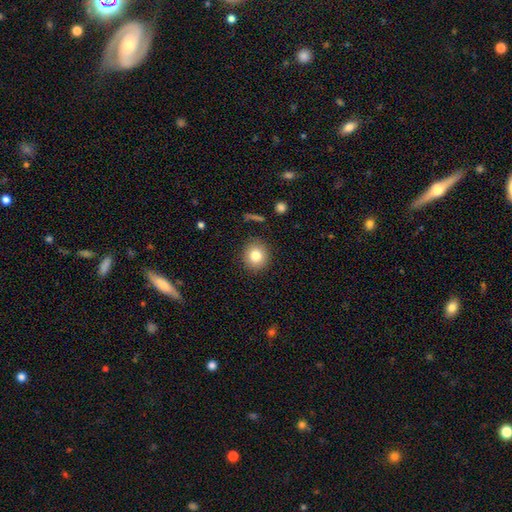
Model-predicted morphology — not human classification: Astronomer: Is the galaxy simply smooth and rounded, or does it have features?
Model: smooth — 81%.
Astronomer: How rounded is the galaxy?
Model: round — 88%.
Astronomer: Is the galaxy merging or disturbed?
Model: none — 88%.